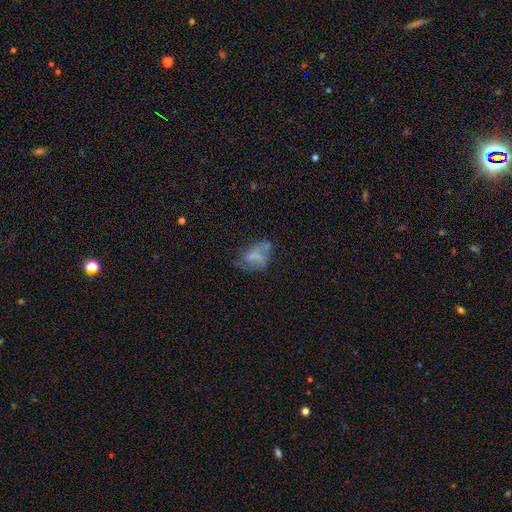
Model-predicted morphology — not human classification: This is possibly a smooth galaxy (49%). Merging: marginally major disturbance (33%).